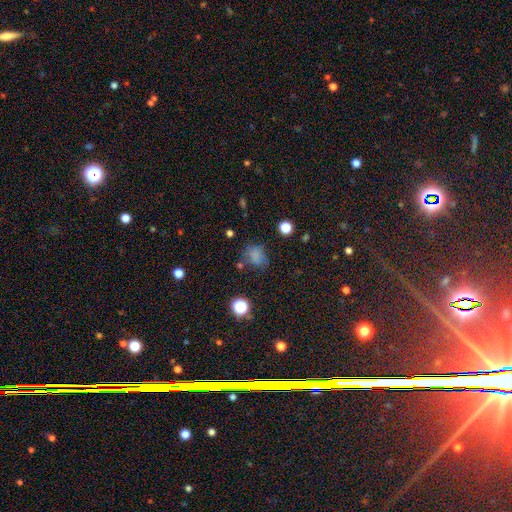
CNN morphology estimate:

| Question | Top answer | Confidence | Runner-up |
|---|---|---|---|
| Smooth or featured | smooth | 72% | star or artifact (18%) |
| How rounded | round | 52% | in between (47%) |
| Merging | none | 57% | minor disturbance (25%) |